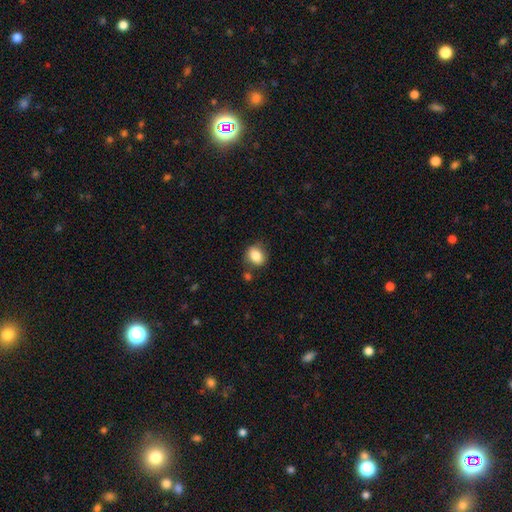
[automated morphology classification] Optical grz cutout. It shows a smooth galaxy with no disk features (83%) that is round (57%). Merging: none (74%).